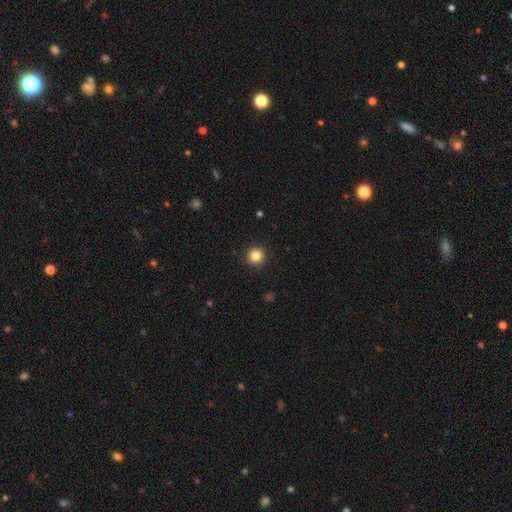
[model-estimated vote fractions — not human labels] A smooth galaxy with no disk features (85%) that is round (95%).

Vote fractions:
- Smooth or featured? smooth: 85% / star or artifact: 11% / featured or disk: 4%
- How rounded? round: 95% / in between: 4% / cigar-shaped: 1%
- Merging? none: 93% / minor disturbance: 4% / major disturbance: 2% / merger: 1%